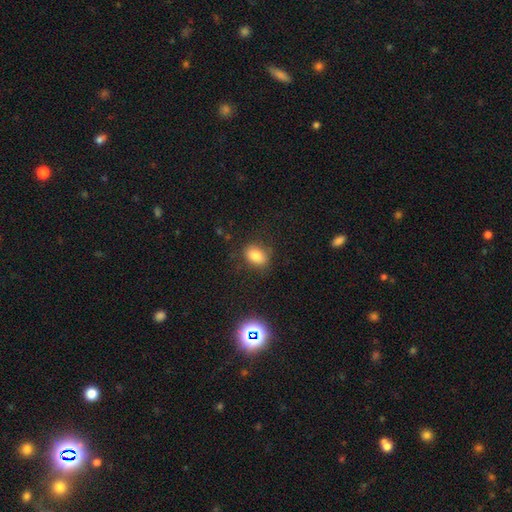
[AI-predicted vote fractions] The model was most divided on "how rounded": in between: 74%, round: 25%, cigar-shaped: 2%. More confident: merging — none (79%); smooth or featured — smooth (79%).